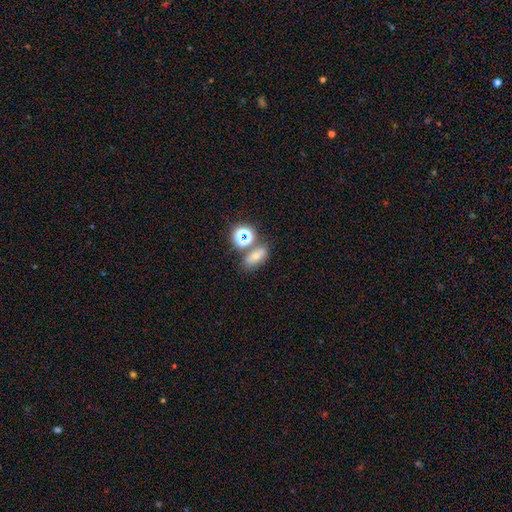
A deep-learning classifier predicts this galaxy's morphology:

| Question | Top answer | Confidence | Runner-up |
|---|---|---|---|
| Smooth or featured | smooth | 61% | star or artifact (23%) |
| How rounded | in between | 71% | round (24%) |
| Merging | none | 61% | merger (21%) |